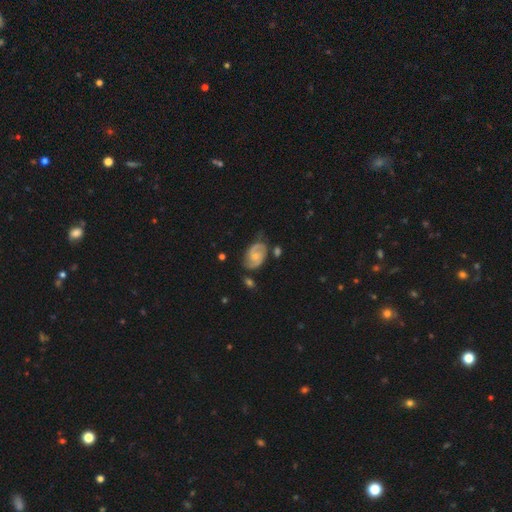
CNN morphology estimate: Overall: featured or disk (80%). Edge-on disk: no (97%). Bar: no (59%; weak 35%). Spiral arms: yes (95%). Spiral arm count: 2 (87%). Spiral winding: medium (47%; tight 37%). Bulge size: small (60%; moderate 30%). Merging: none (68%).